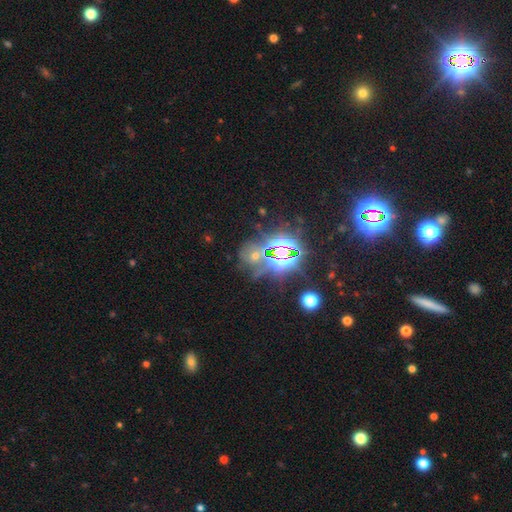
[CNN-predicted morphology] The model was most divided on "smooth or featured": star or artifact: 71%, smooth: 15%, featured or disk: 14%.